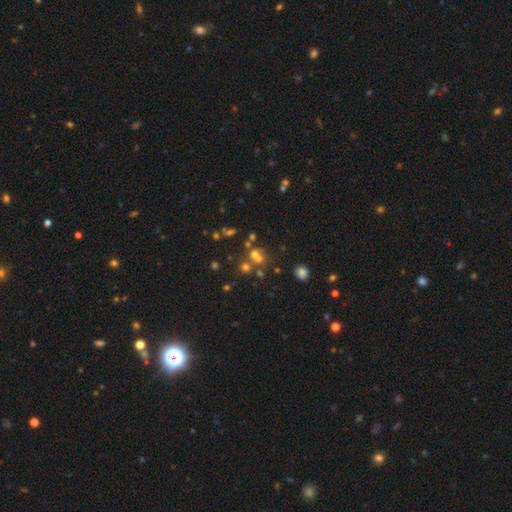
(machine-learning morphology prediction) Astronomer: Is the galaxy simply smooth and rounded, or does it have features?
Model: smooth — 52% (runner-up: star or artifact, 30%).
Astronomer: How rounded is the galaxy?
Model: round — 76%.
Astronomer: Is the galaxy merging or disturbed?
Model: none — 45% (runner-up: merger, 41%).